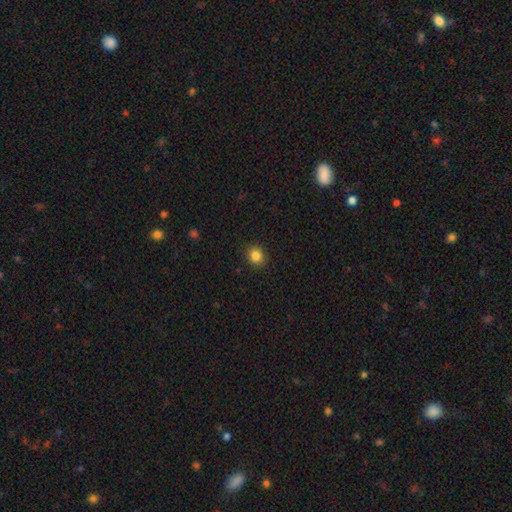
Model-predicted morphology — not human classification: Smooth or featured? Predicted: smooth (p=0.85). How rounded? Predicted: round (p=0.74). Merging? Predicted: none (p=0.90).